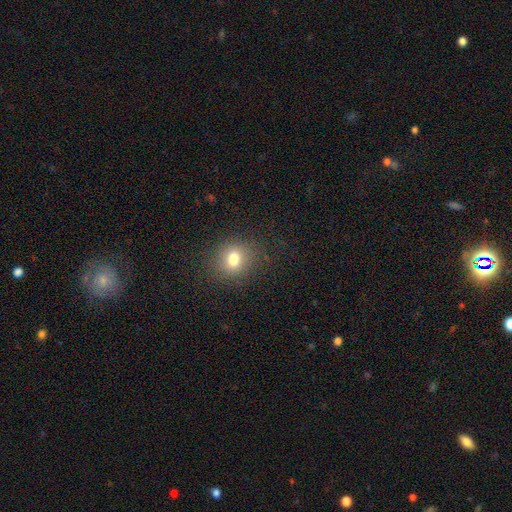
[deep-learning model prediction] A smooth galaxy with no disk features (72%) that is round (75%).

Vote fractions:
- Smooth or featured? smooth: 72% / star or artifact: 19% / featured or disk: 9%
- How rounded? round: 75% / in between: 24% / cigar-shaped: 1%
- Merging? none: 88% / minor disturbance: 8% / major disturbance: 3% / merger: 1%